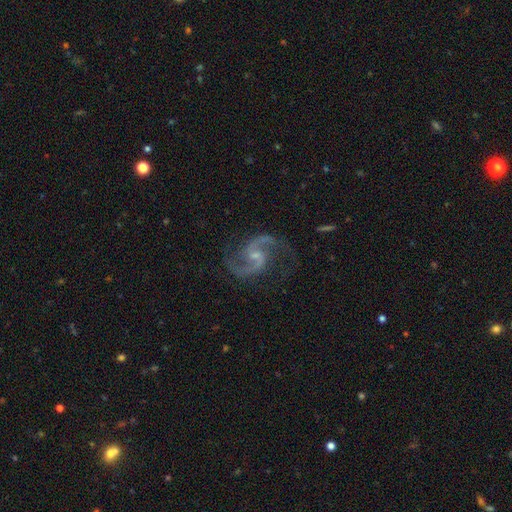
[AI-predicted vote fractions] The model was most divided on "bar": weak: 48%, no: 40%, strong: 13%. More confident: spiral arms — yes (98%); edge-on disk — no (98%); spiral arm count — 2 (94%); smooth or featured — featured or disk (93%); merging — none (77%); bulge size — small (65%); spiral winding — medium (51%).